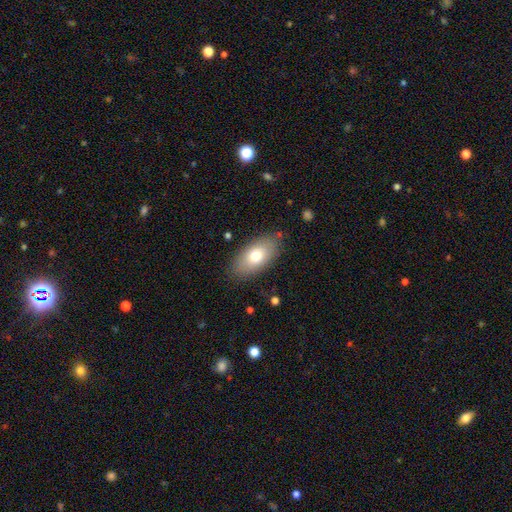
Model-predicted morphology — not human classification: smooth_or_featured: smooth (p=0.74) [alt: featured or disk p=0.19]
how_rounded: in between (p=0.92) [alt: round p=0.04]
merging: none (p=0.84) [alt: minor disturbance p=0.12]